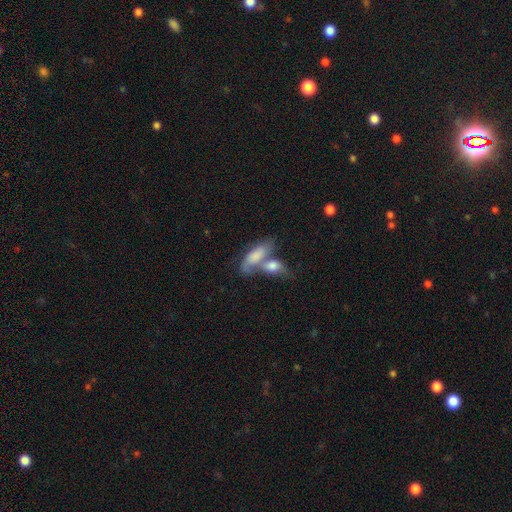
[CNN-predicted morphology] Smooth or featured? Predicted: smooth (p=0.72). How rounded? Predicted: in between (p=0.77). Merging? Predicted: merger (p=0.59).